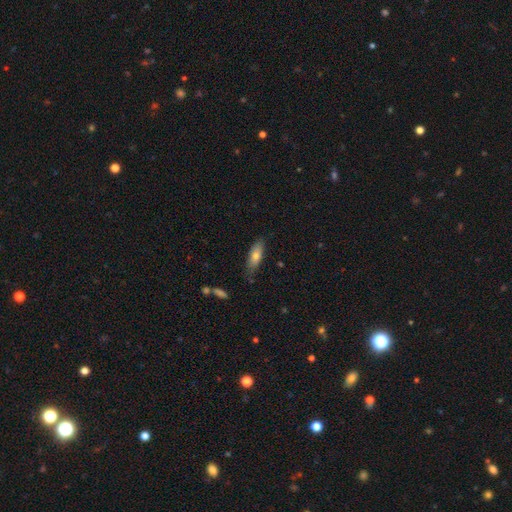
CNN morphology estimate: A smooth galaxy with no disk features (70%) that is in between round and cigar-shaped (62%).

Vote fractions:
- Smooth or featured? smooth: 70% / featured or disk: 23% / star or artifact: 7%
- How rounded? in between: 62% / cigar-shaped: 36% / round: 2%
- Merging? none: 75% / minor disturbance: 20% / major disturbance: 3% / merger: 2%